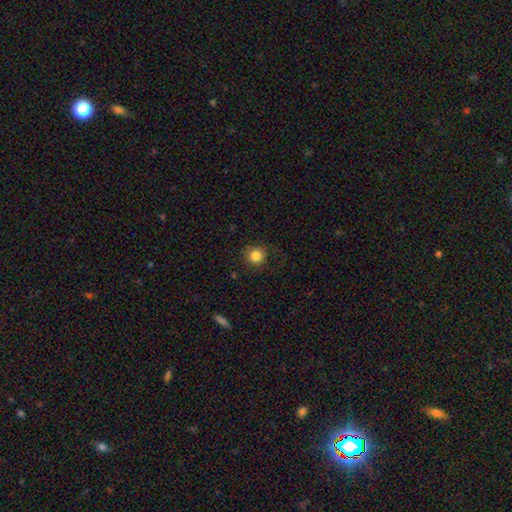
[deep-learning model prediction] The model was most divided on "smooth or featured": smooth: 84%, star or artifact: 11%, featured or disk: 5%. More confident: how rounded — round (90%); merging — none (85%).